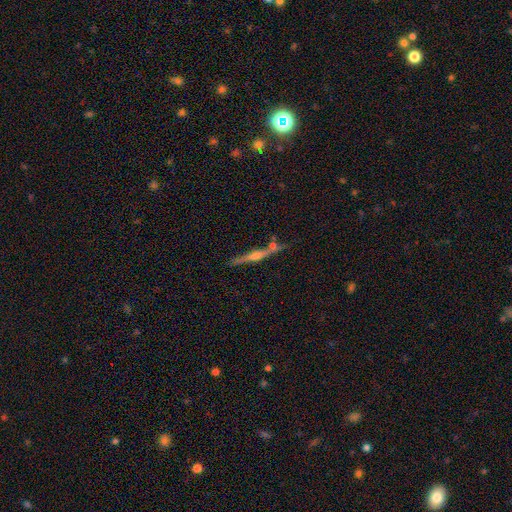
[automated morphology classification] Overall: featured or disk (76%). Edge-on disk: yes (97%). Edge-on bulge: rounded (81%). Merging: none (79%).